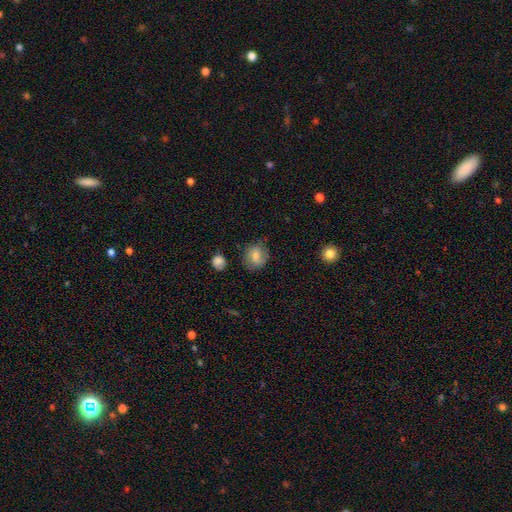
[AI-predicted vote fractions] This appears to be a smooth galaxy with no disk features (77%) that is round (70%). Merging: none (71%).